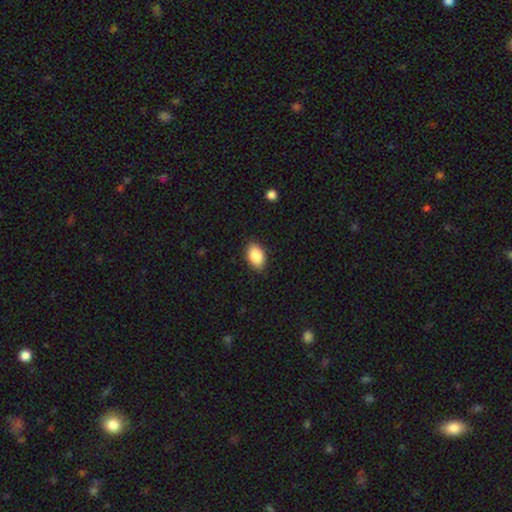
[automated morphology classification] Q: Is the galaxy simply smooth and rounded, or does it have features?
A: smooth — 88%.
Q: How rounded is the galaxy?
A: in between — 90%.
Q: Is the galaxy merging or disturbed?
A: none — 86%.